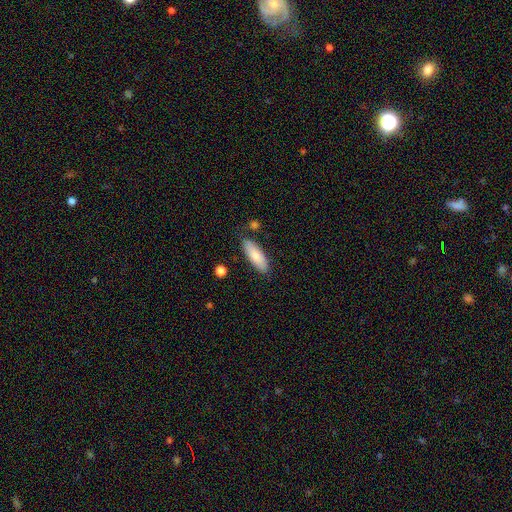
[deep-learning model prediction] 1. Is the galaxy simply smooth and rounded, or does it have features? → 82% smooth, 12% featured or disk, 6% star or artifact.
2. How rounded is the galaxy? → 66% in between, 32% cigar-shaped, 2% round.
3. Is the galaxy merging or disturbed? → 82% none, 13% minor disturbance, 3% merger, 2% major disturbance.